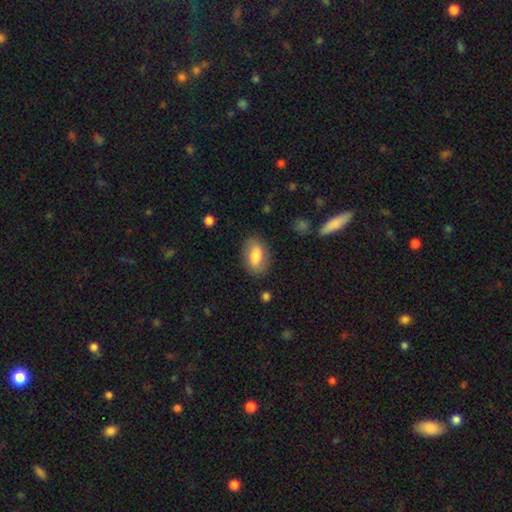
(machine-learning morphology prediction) Smooth or featured? Predicted: smooth (p=0.78). How rounded? Predicted: in between (p=0.89). Merging? Predicted: none (p=0.82).